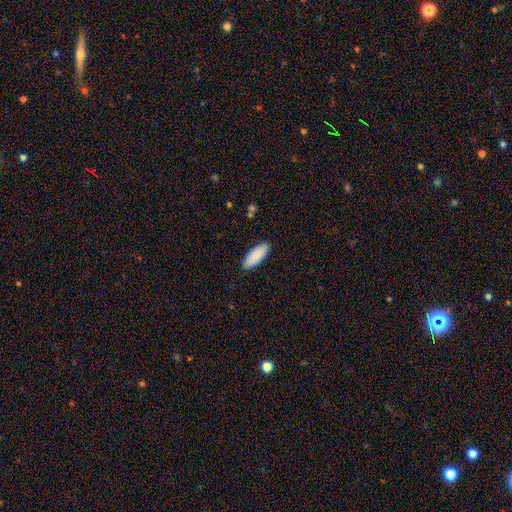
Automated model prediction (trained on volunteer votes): Smooth or featured? smooth (90%)
How rounded? in between (74%)
Merging? none (88%)